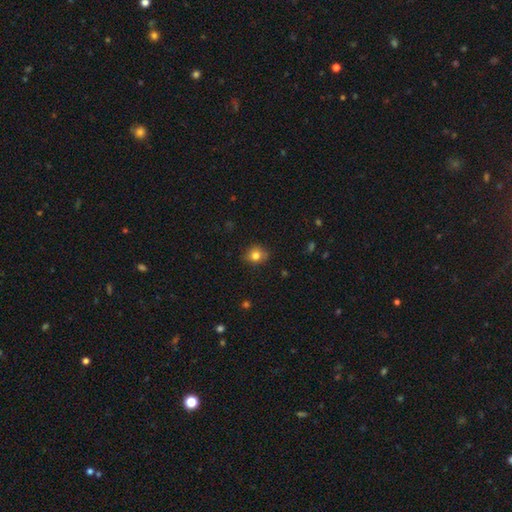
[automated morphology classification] smooth_or_featured: smooth (p=0.80) [alt: star or artifact p=0.12]
how_rounded: round (p=0.77) [alt: in between p=0.22]
merging: none (p=0.79) [alt: minor disturbance p=0.16]